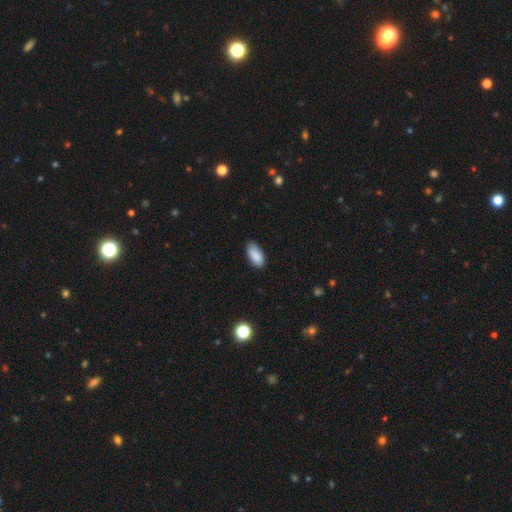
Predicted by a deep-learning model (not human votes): Q: Smooth or featured?
A: smooth (89%); runner-up: star or artifact (7%)
Q: How rounded?
A: in between (92%); runner-up: cigar-shaped (6%)
Q: Merging?
A: none (80%); runner-up: minor disturbance (16%)